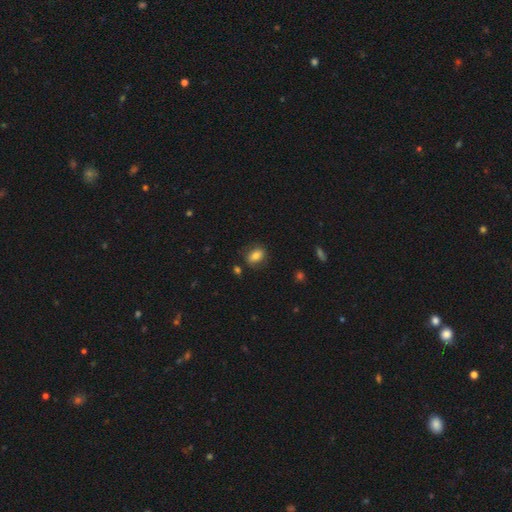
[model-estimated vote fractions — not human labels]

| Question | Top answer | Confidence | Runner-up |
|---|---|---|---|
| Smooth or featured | smooth | 77% | featured or disk (14%) |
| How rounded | in between | 72% | round (26%) |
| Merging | none | 78% | minor disturbance (15%) |